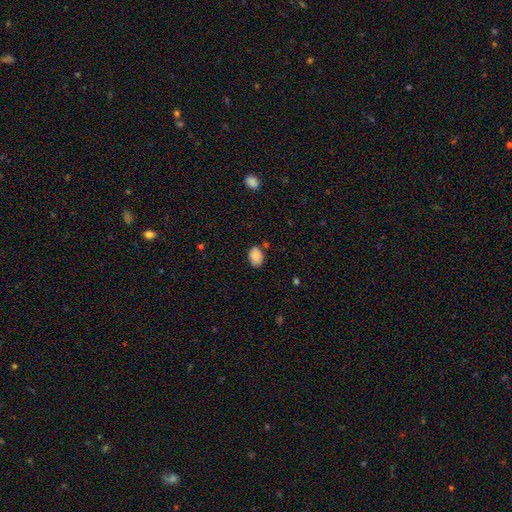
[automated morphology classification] Smooth or featured? Predicted: smooth (p=0.87). How rounded? Predicted: in between (p=0.80). Merging? Predicted: none (p=0.76).